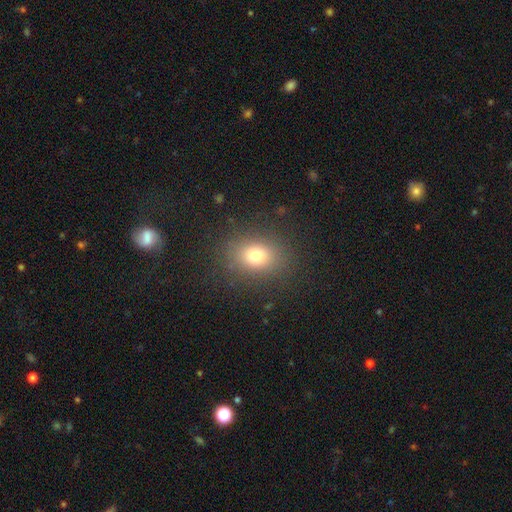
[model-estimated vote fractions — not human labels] This is likely a smooth galaxy (76%). How rounded: possibly round (52%). Merging: clearly none (85%).